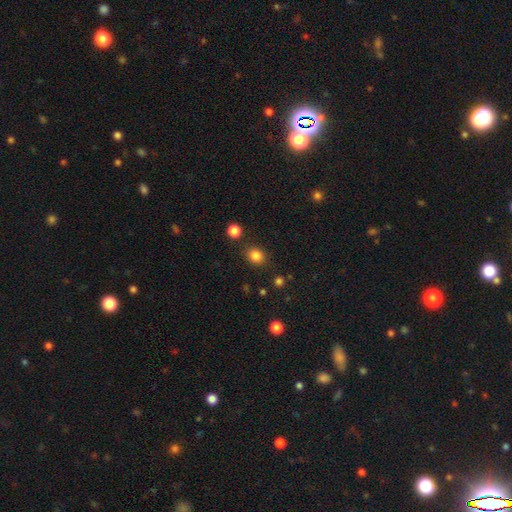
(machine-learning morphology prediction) Q: Smooth or featured?
A: smooth (84%); runner-up: star or artifact (12%)
Q: How rounded?
A: round (69%); runner-up: in between (30%)
Q: Merging?
A: none (85%); runner-up: minor disturbance (9%)